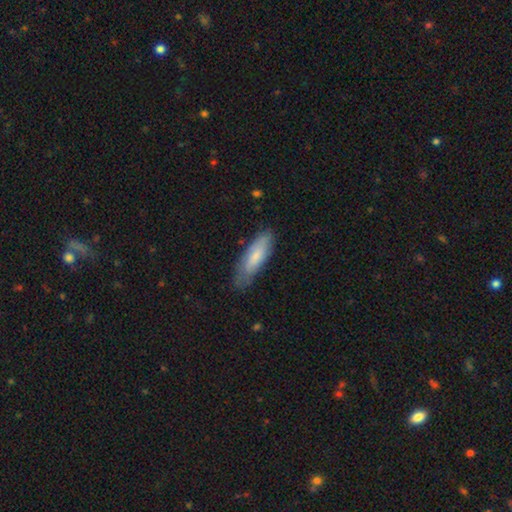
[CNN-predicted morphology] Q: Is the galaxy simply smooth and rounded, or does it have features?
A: smooth — 72%.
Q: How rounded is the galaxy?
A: in between — 52%.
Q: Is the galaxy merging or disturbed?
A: none — 72%.